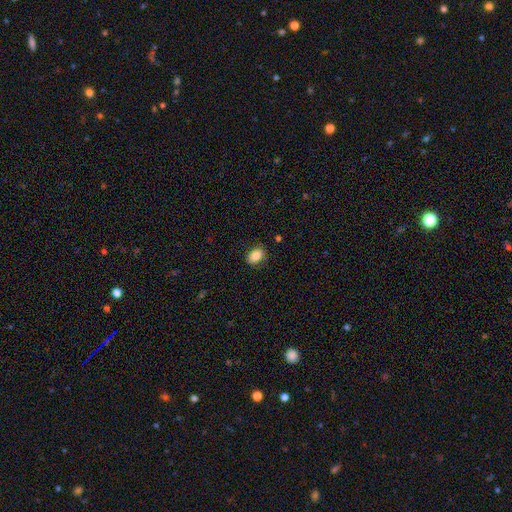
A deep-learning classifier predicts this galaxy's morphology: Q: Smooth or featured?
A: smooth (87%); runner-up: star or artifact (8%)
Q: How rounded?
A: in between (83%); runner-up: round (16%)
Q: Merging?
A: none (85%); runner-up: minor disturbance (11%)